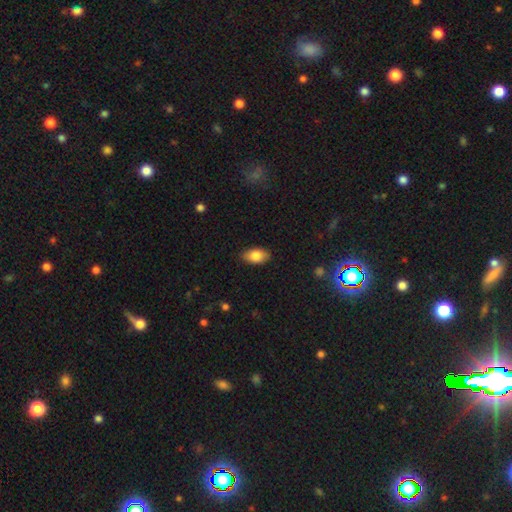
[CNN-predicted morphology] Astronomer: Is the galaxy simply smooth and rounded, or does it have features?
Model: smooth — 84%.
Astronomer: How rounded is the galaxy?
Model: in between — 92%.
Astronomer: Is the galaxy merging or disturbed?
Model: none — 85%.